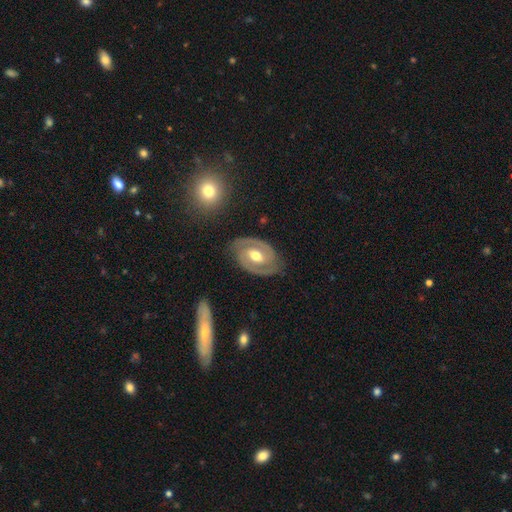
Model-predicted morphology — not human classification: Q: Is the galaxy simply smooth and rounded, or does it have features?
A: featured or disk — 86%.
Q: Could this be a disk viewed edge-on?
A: no — 97%.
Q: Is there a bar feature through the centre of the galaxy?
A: weak — 45%.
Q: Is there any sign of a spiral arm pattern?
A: yes — 94%.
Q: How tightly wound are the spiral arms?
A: tight — 51%.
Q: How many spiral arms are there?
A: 2 — 91%.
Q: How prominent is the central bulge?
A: moderate — 78%.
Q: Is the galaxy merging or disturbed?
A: none — 82%.